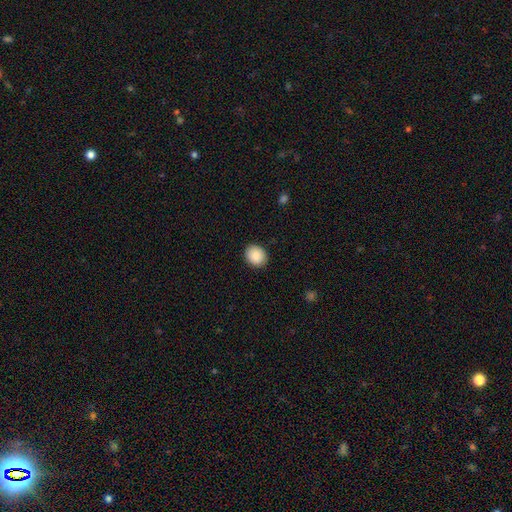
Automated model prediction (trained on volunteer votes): Smooth or featured? Predicted: smooth (p=0.89). How rounded? Predicted: round (p=0.62). Merging? Predicted: none (p=0.90).